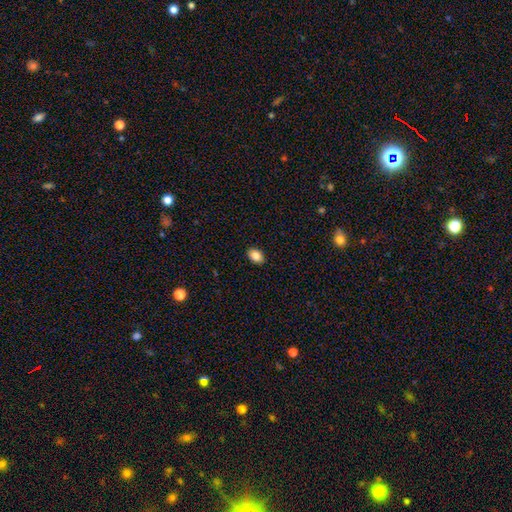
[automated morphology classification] A smooth galaxy with no disk features (85%) that is in between round and cigar-shaped (77%). Merging: none (90%).